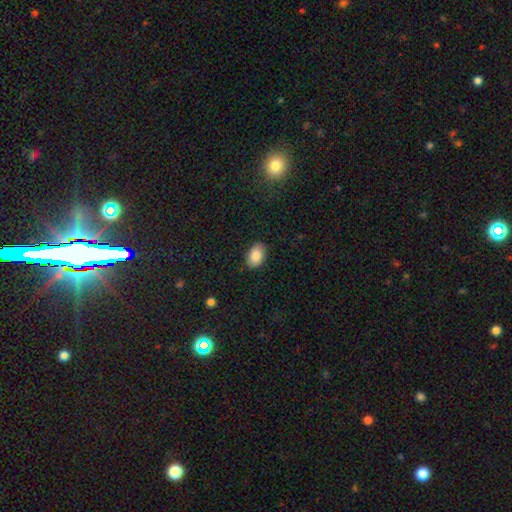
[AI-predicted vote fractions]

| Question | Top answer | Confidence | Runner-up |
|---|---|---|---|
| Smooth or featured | smooth | 87% | star or artifact (7%) |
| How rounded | in between | 89% | round (10%) |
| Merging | none | 86% | minor disturbance (10%) |